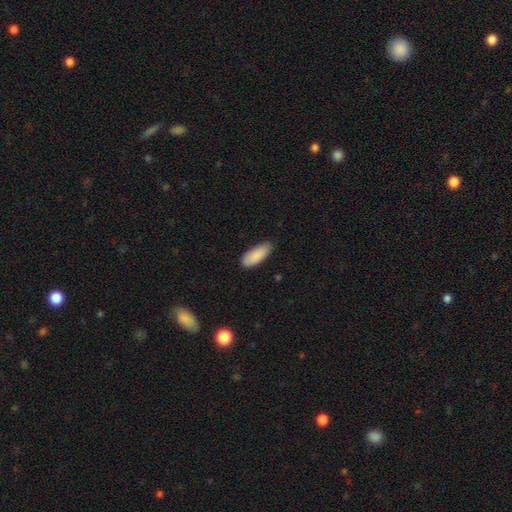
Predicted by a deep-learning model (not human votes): Smooth or featured?
  - smooth: 89% *
  - star or artifact: 6%
  - featured or disk: 5%
How rounded?
  - in between: 78% *
  - cigar-shaped: 20%
  - round: 2%
Merging?
  - none: 75% *
  - minor disturbance: 21%
  - major disturbance: 3%
  - merger: 1%